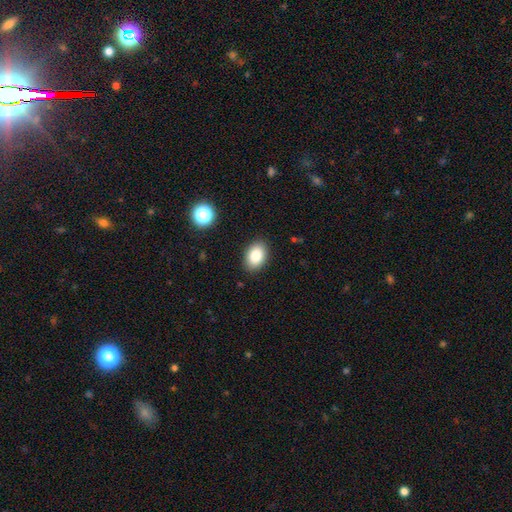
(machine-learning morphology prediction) smooth_or_featured: smooth (p=0.86) [alt: star or artifact p=0.08]
how_rounded: in between (p=0.85) [alt: round p=0.14]
merging: none (p=0.88) [alt: minor disturbance p=0.09]